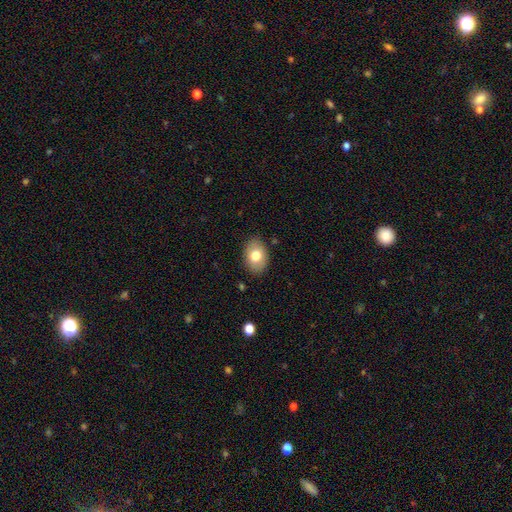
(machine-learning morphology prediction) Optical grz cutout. It shows a smooth galaxy with no disk features (76%) that is in between round and cigar-shaped (79%). Merging: none (85%).